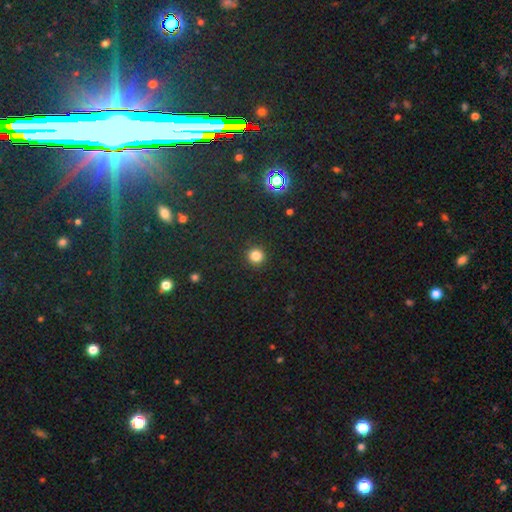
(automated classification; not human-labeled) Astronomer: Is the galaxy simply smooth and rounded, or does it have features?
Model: smooth — 82%.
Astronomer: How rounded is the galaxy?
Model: round — 95%.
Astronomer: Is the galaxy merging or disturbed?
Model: none — 92%.